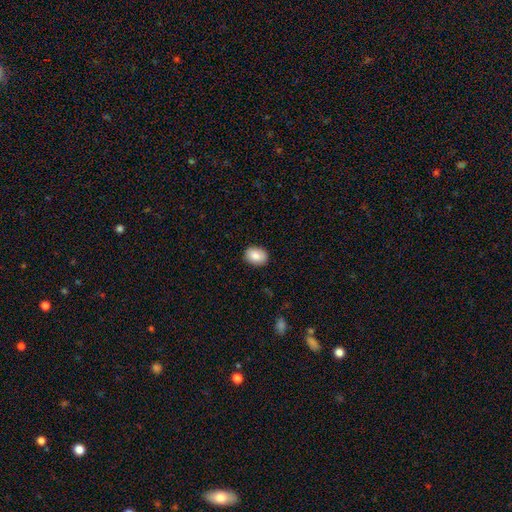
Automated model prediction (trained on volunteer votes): The model was most divided on "how rounded": in between: 67%, round: 32%, cigar-shaped: 1%. More confident: merging — none (89%); smooth or featured — smooth (86%).